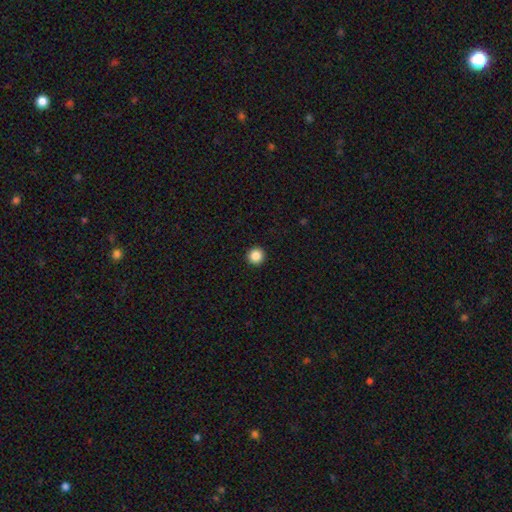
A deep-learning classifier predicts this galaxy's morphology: A smooth galaxy with no disk features (87%) that is round (97%). Merging: none (94%).